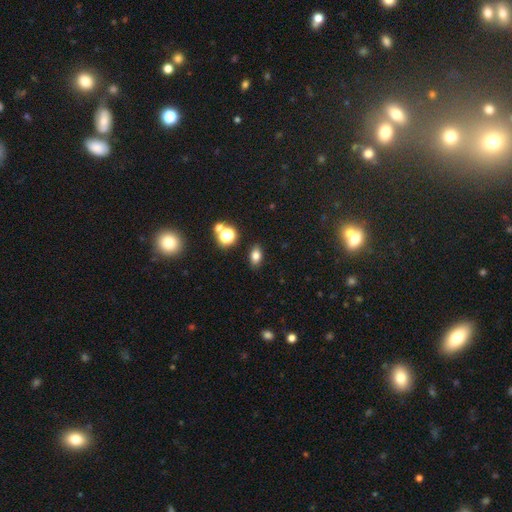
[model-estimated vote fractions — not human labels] A smooth galaxy with no disk features (77%) that is in between round and cigar-shaped (82%). Merging: none (87%).